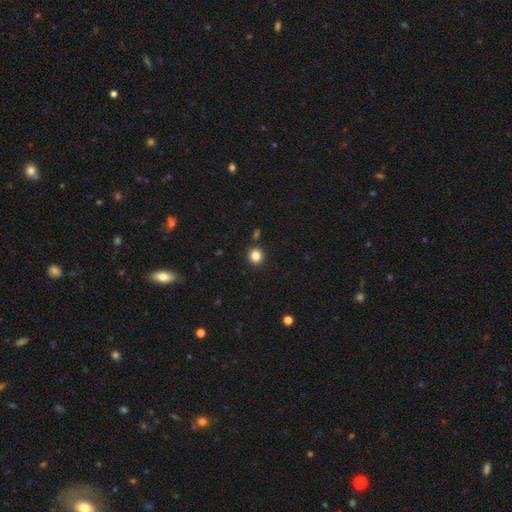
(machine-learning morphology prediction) Smooth or featured?
  - smooth: 84% *
  - star or artifact: 11%
  - featured or disk: 4%
How rounded?
  - round: 91% *
  - in between: 8%
  - cigar-shaped: 1%
Merging?
  - none: 88% *
  - minor disturbance: 6%
  - merger: 3%
  - major disturbance: 2%